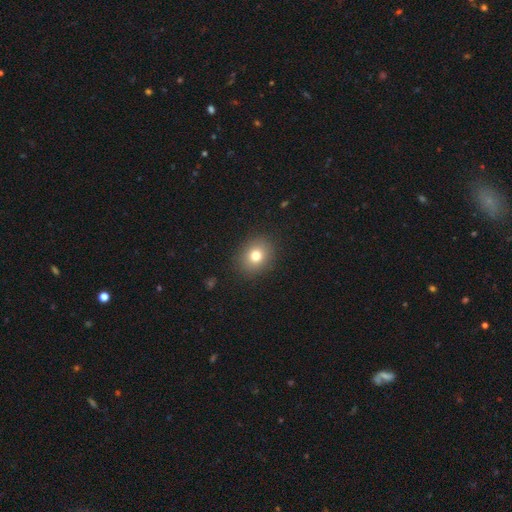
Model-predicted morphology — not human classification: Q: Smooth or featured?
A: smooth (77%); runner-up: star or artifact (12%)
Q: How rounded?
A: round (65%); runner-up: in between (34%)
Q: Merging?
A: none (89%); runner-up: minor disturbance (7%)